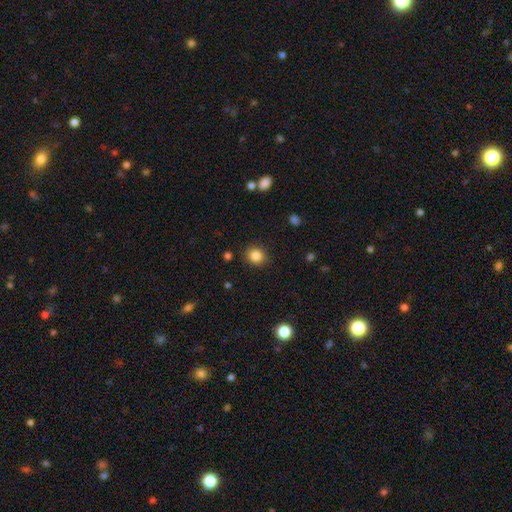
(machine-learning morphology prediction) Overall: smooth (85%). How rounded: round (82%). Merging: none (88%).